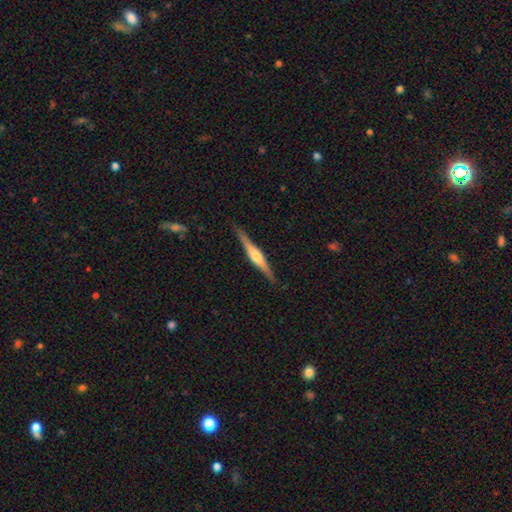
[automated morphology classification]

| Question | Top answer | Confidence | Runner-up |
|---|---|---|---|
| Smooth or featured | featured or disk | 73% | smooth (21%) |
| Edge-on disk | yes | 98% | no (2%) |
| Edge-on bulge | rounded | 86% | boxy (9%) |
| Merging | none | 89% | minor disturbance (9%) |